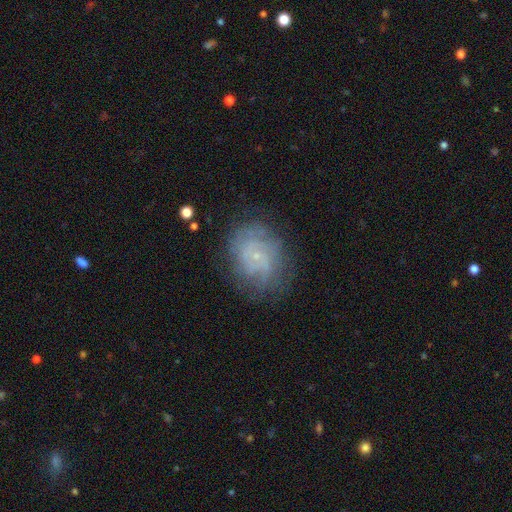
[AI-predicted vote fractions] The model was most divided on "spiral winding": tight: 55%, medium: 32%, loose: 13%. Remaining: edge-on disk — no (97%); spiral arms — yes (85%); bulge size — small (81%); merging — none (74%); bar — no (72%); smooth or featured — featured or disk (66%); spiral arm count — can't tell (49%).